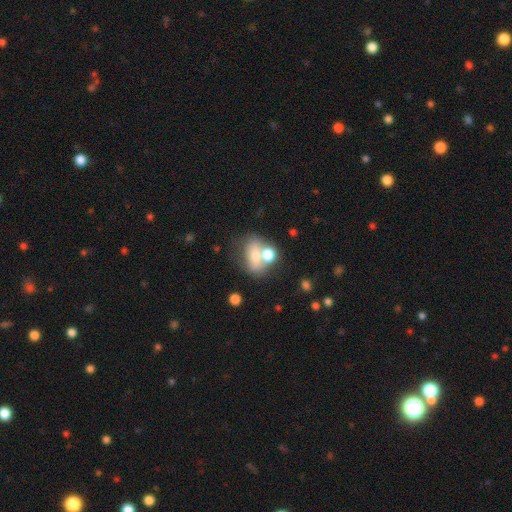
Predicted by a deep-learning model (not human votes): smooth_or_featured: smooth (p=0.61) [alt: featured or disk p=0.27]
how_rounded: in between (p=0.60) [alt: round p=0.37]
merging: merger (p=0.42) [alt: none p=0.38]